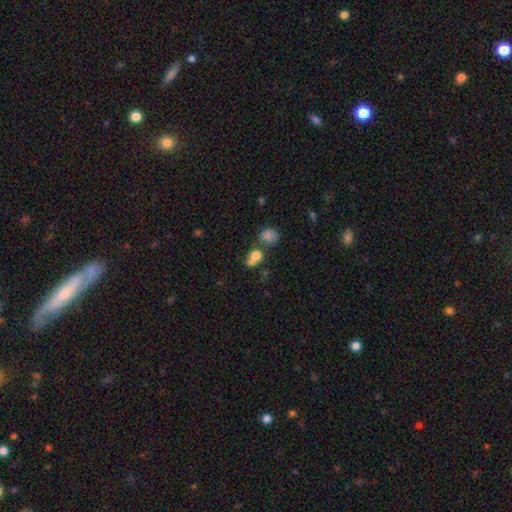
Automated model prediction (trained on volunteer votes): Morphology: type=smooth (73%); roundness=round (66%); merging=merger (51%).